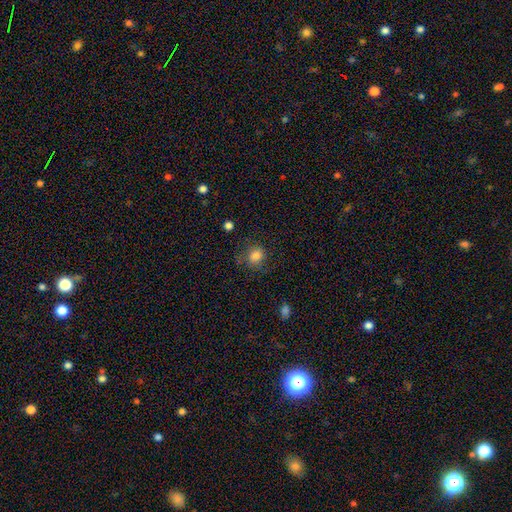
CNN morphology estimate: This appears to be a smooth galaxy with no disk features (83%) that is round (76%). Merging: none (69%).